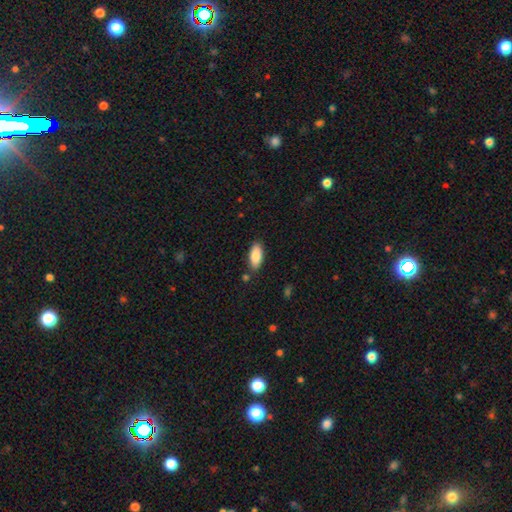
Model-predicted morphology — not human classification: smooth_or_featured: smooth (p=0.87) [alt: featured or disk p=0.07]
how_rounded: in between (p=0.87) [alt: cigar-shaped p=0.11]
merging: none (p=0.82) [alt: minor disturbance p=0.12]